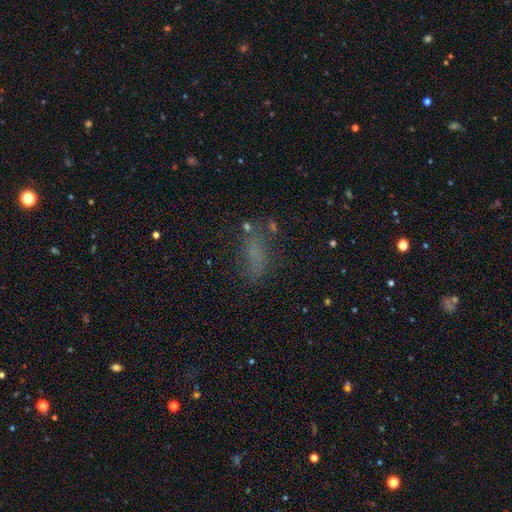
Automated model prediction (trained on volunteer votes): This appears to be a smooth galaxy with no disk features (63%) that is in between round and cigar-shaped (72%). Merging: none (58%).